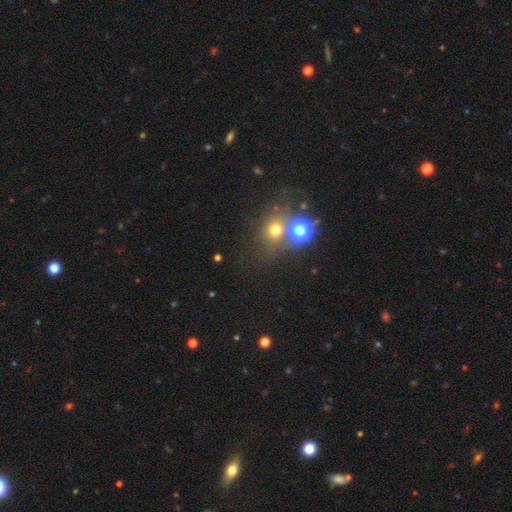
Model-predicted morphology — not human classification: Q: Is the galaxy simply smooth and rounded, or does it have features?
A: smooth — 45%.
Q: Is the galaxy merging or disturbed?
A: none — 58%.